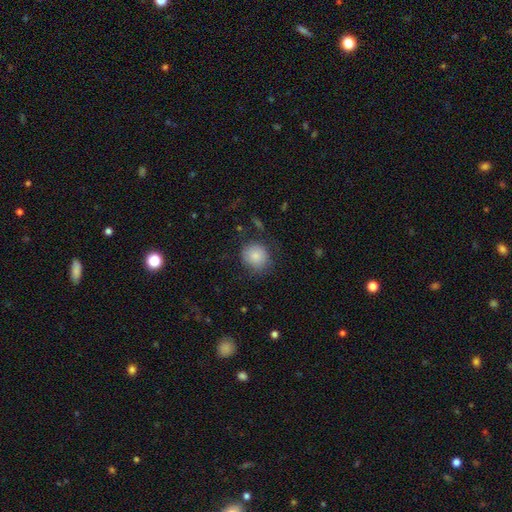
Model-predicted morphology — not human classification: A smooth galaxy with no disk features (84%) that is round (85%).

Vote fractions:
- Smooth or featured? smooth: 84% / star or artifact: 8% / featured or disk: 7%
- How rounded? round: 85% / in between: 14% / cigar-shaped: 1%
- Merging? none: 74% / minor disturbance: 18% / major disturbance: 6% / merger: 2%